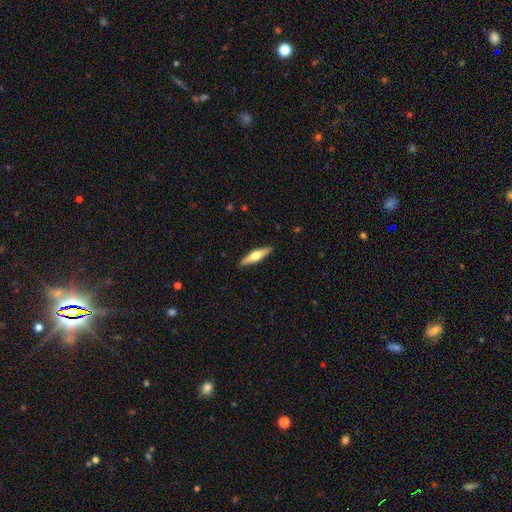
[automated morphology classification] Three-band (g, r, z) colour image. It shows a featured or disk galaxy (55%) viewed edge-on (95%) with a rounded central bulge (93%). Merging: none (91%).